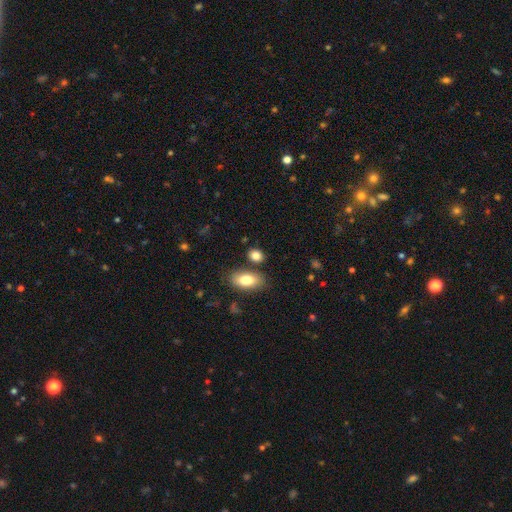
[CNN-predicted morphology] Smooth or featured: smooth — 83% (star or artifact — 9%)
How rounded: in between — 72% (round — 25%)
Merging: none — 74% (merger — 12%)